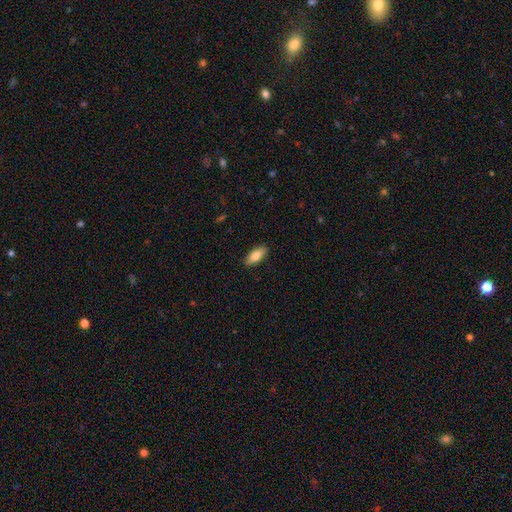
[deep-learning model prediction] Smooth or featured: smooth — 77% (featured or disk — 16%)
How rounded: in between — 75% (cigar-shaped — 23%)
Merging: none — 89% (minor disturbance — 9%)